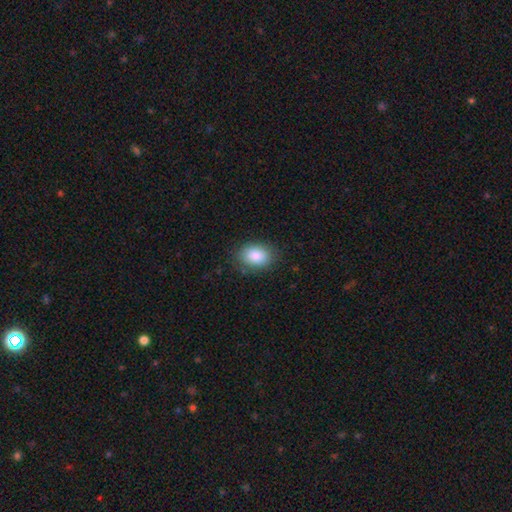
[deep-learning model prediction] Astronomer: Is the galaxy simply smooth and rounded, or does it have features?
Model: smooth — 88%.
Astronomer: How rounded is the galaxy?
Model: in between — 75%.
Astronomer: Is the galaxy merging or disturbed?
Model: none — 84%.